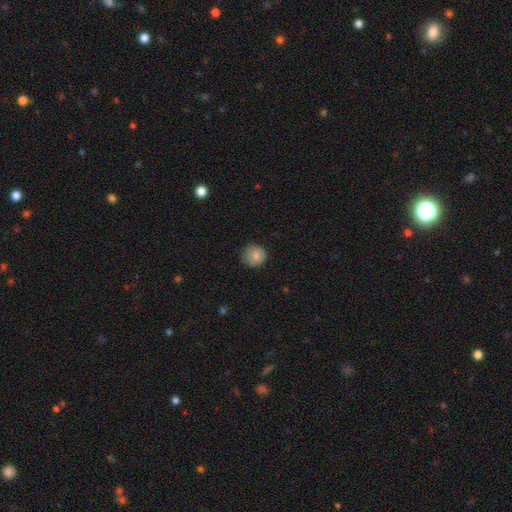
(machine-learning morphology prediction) The model was most divided on "merging": none: 77%, minor disturbance: 18%, major disturbance: 3%, merger: 1%. More confident: how rounded — round (91%); smooth or featured — smooth (78%).